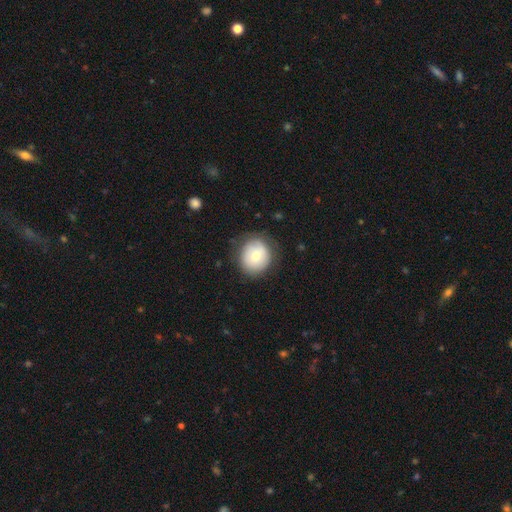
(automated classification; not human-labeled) Smooth or featured?
  - smooth: 67% *
  - featured or disk: 25%
  - star or artifact: 8%
How rounded?
  - round: 83% *
  - in between: 16%
  - cigar-shaped: 1%
Merging?
  - none: 79% *
  - minor disturbance: 16%
  - major disturbance: 5%
  - merger: 1%